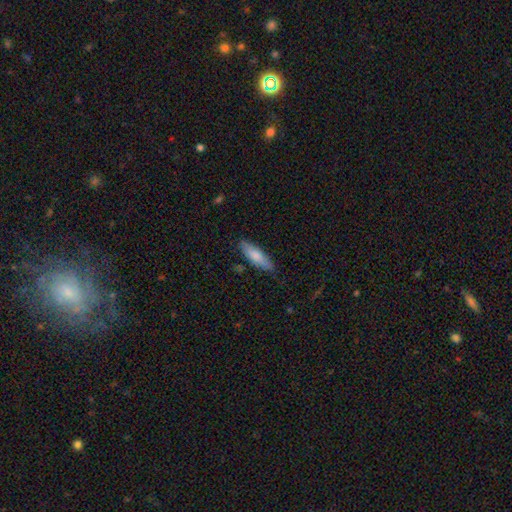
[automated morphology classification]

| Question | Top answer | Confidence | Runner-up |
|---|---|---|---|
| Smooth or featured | smooth | 77% | featured or disk (18%) |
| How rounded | cigar-shaped | 58% | in between (40%) |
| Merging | none | 85% | minor disturbance (11%) |